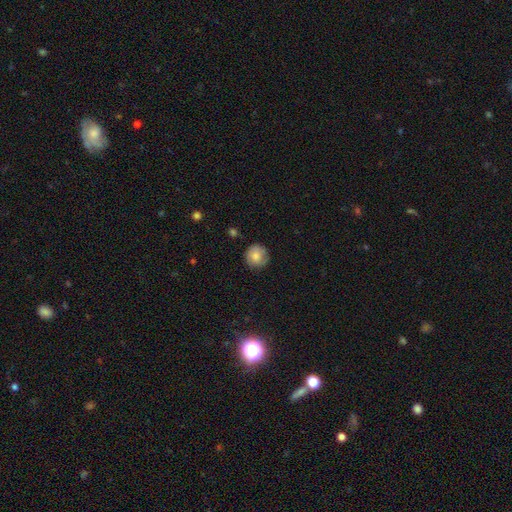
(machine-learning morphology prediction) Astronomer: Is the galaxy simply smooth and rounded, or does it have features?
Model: smooth — 73%.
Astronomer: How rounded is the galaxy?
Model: round — 92%.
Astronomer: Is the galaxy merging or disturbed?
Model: none — 80%.